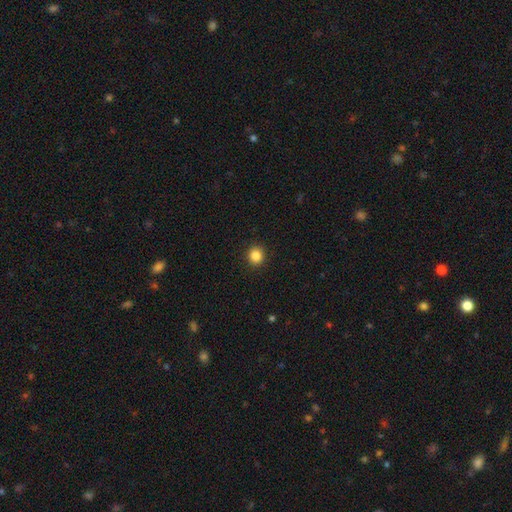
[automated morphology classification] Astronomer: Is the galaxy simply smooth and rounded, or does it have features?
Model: smooth — 85%.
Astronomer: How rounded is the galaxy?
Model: round — 90%.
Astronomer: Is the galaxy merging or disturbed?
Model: none — 92%.